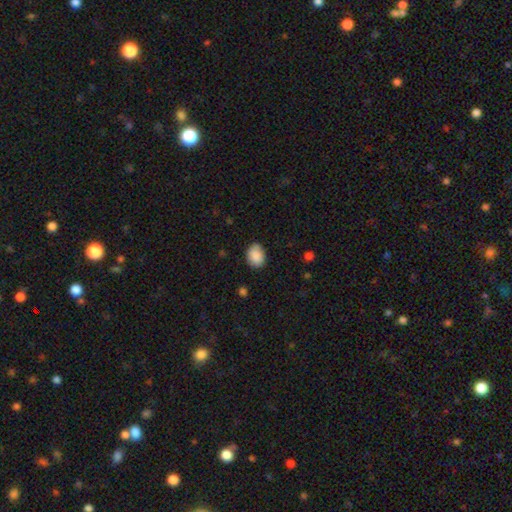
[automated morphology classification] smooth 88%, star or artifact 7%, featured or disk 5%. Down the decision tree: how rounded — in between (61%); merging — none (76%).